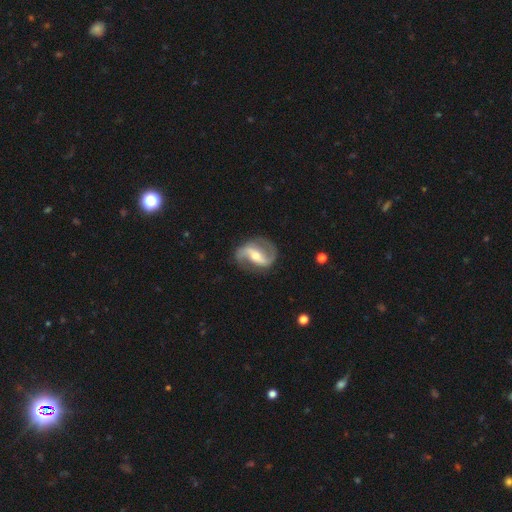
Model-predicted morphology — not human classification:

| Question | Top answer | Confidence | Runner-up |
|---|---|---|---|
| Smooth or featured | featured or disk | 87% | smooth (8%) |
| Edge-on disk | no | 96% | yes (4%) |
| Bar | strong | 47% | weak (32%) |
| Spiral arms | yes | 94% | no (6%) |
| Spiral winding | loose | 51% | medium (37%) |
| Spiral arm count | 2 | 92% | 1 (3%) |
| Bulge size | moderate | 57% | small (37%) |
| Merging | none | 81% | minor disturbance (12%) |